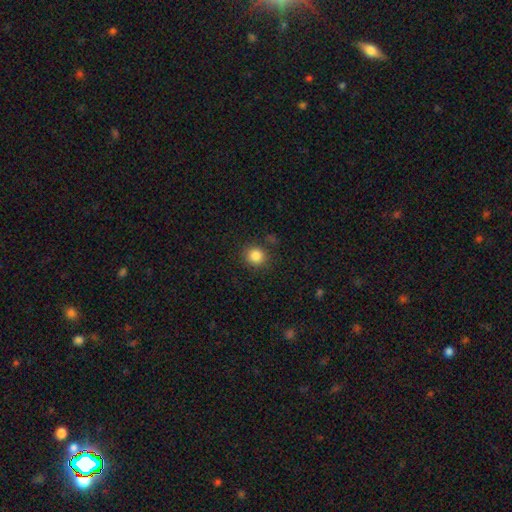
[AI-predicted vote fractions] The model was most divided on "smooth or featured": smooth: 85%, star or artifact: 11%, featured or disk: 4%. More confident: how rounded — round (89%); merging — none (85%).